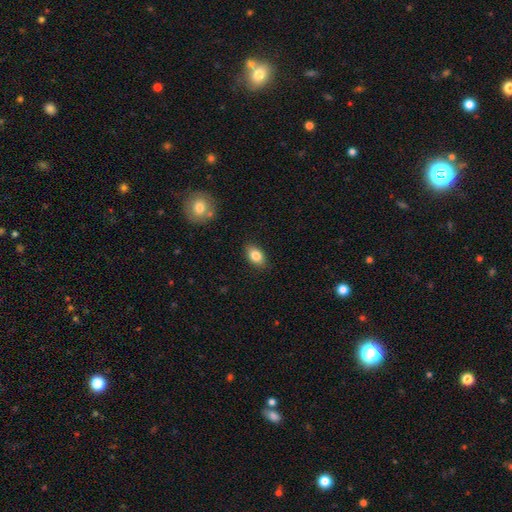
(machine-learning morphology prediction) smooth 83%, featured or disk 9%, star or artifact 8%. Down the decision tree: how rounded — in between (87%); merging — none (86%).